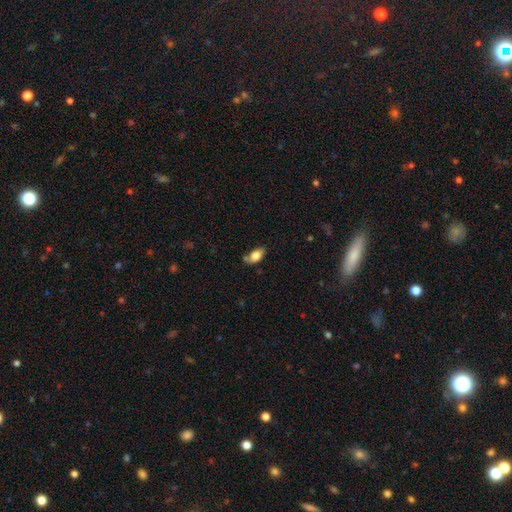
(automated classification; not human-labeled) smooth 78%, featured or disk 14%, star or artifact 8%. Down the decision tree: how rounded — in between (89%); merging — none (64%).